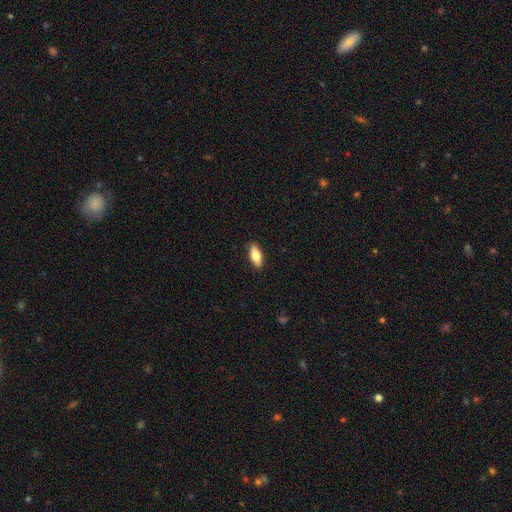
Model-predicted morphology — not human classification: smooth_or_featured: smooth (p=0.78) [alt: featured or disk p=0.15]
how_rounded: in between (p=0.76) [alt: cigar-shaped p=0.21]
merging: none (p=0.87) [alt: minor disturbance p=0.10]